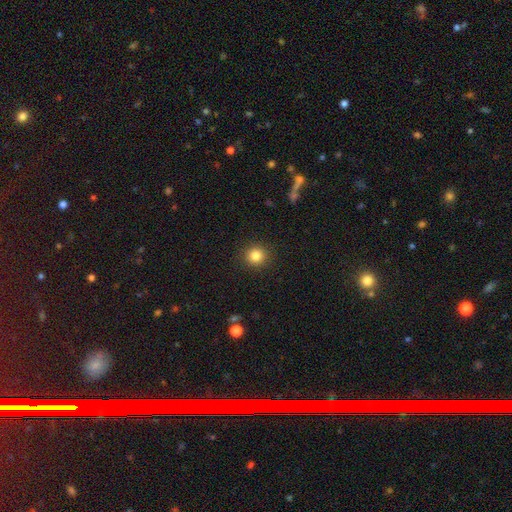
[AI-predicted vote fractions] A smooth galaxy with no disk features (84%) that is round (92%). Merging: none (91%).